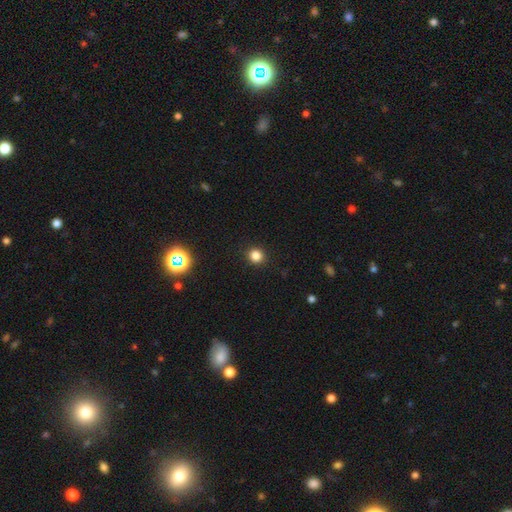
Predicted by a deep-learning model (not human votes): Smooth or featured: smooth — 83% (star or artifact — 13%)
How rounded: round — 92% (in between — 7%)
Merging: none — 92% (minor disturbance — 5%)